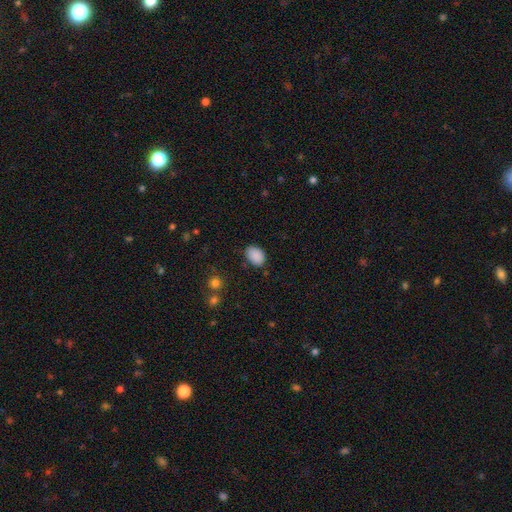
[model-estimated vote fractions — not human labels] Morphology: type=smooth (88%); roundness=in between (82%); merging=none (80%).